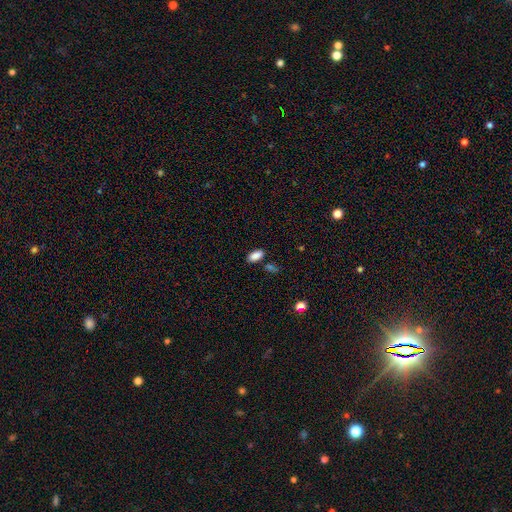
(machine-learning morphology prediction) A smooth galaxy with no disk features (87%) that is in between round and cigar-shaped (91%). Merging: none (80%).